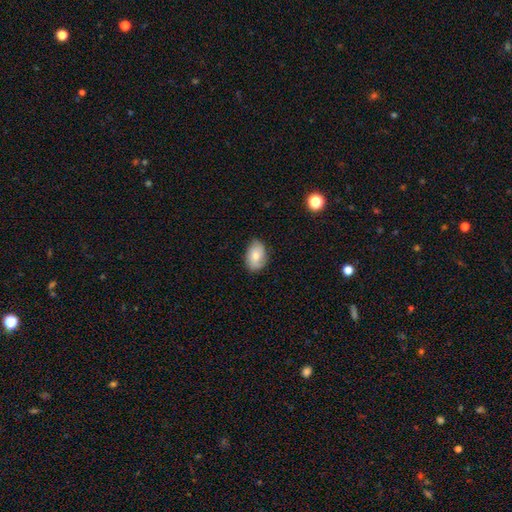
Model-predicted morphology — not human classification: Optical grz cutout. It shows a smooth galaxy with no disk features (70%) that is in between round and cigar-shaped (85%). Merging: none (78%).